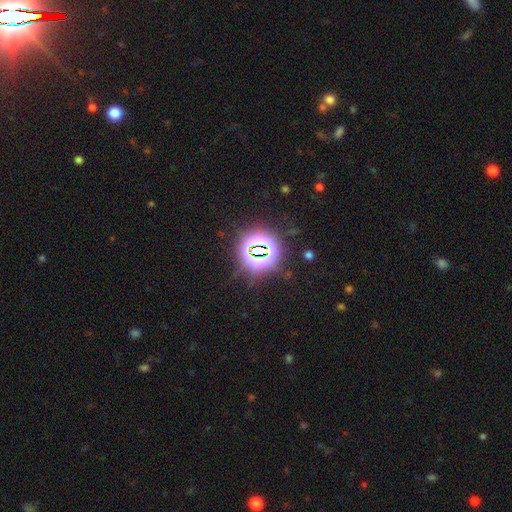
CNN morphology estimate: Smooth or featured? star or artifact (77%)